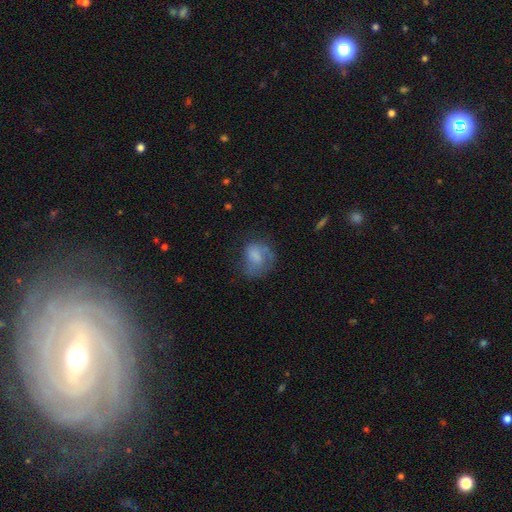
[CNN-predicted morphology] This is likely a smooth galaxy (63%). How rounded: possibly round (56%). Merging: marginally none (42%).